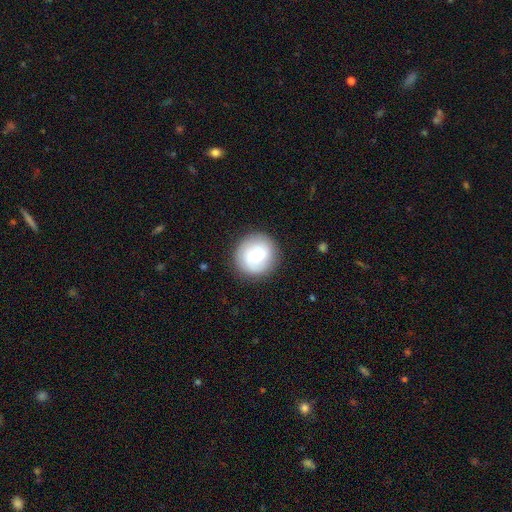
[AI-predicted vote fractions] A smooth galaxy with no disk features (53%) that is round (92%). Merging: none (86%).